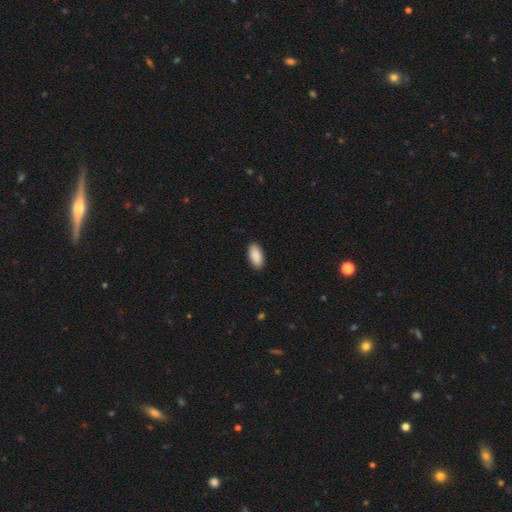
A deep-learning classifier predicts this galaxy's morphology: The model was most divided on "merging": none: 90%, minor disturbance: 8%, major disturbance: 2%, merger: 1%. More confident: how rounded — in between (93%); smooth or featured — smooth (91%).